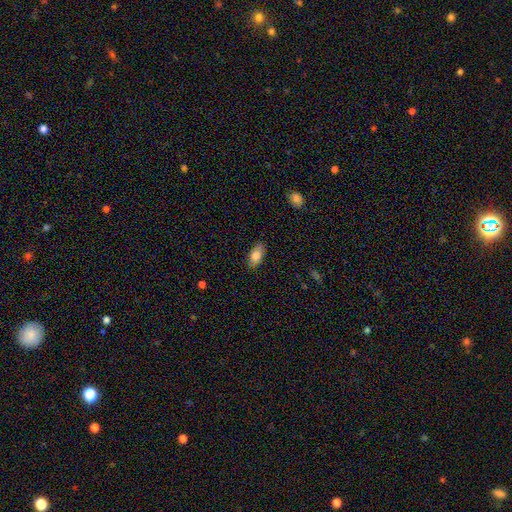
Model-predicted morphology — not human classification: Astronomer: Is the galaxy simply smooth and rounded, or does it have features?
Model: smooth — 81%.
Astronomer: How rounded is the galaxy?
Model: in between — 89%.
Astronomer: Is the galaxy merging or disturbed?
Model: none — 85%.